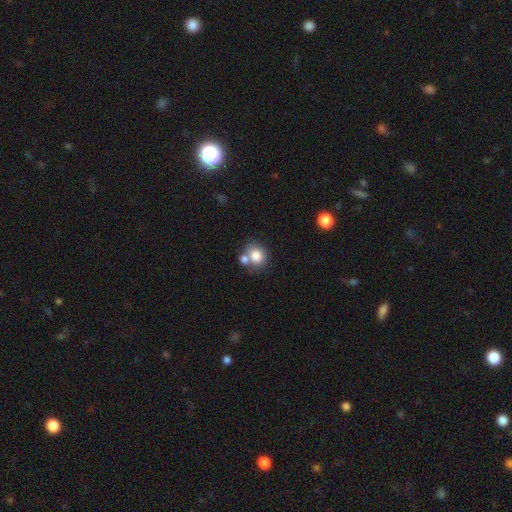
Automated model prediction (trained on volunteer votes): Morphology: type=smooth (80%); roundness=round (64%); merging=none (49%).